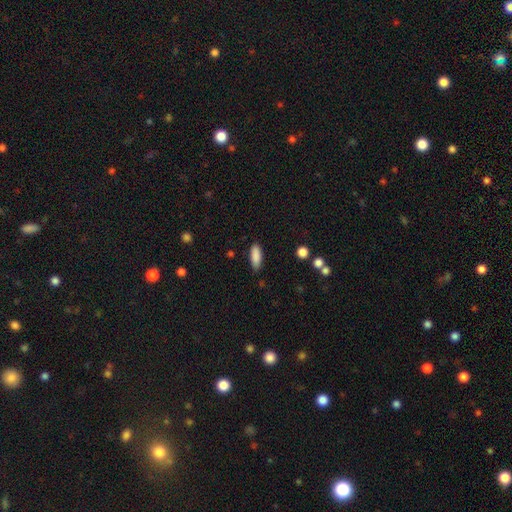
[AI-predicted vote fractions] Q: Smooth or featured?
A: smooth (88%); runner-up: star or artifact (7%)
Q: How rounded?
A: in between (68%); runner-up: cigar-shaped (30%)
Q: Merging?
A: none (84%); runner-up: minor disturbance (12%)